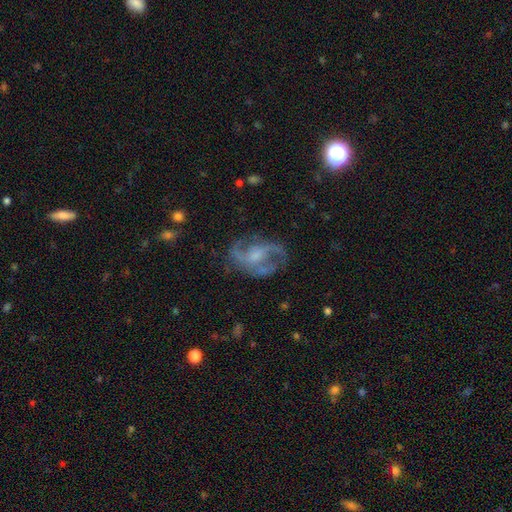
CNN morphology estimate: Smooth or featured? Predicted: featured or disk (p=0.80). Edge-on disk? Predicted: no (p=0.97). Bar? Predicted: no (p=0.46). Spiral arms? Predicted: yes (p=0.89). Spiral winding? Predicted: medium (p=0.48). Spiral arm count? Predicted: 2 (p=0.63). Bulge size? Predicted: moderate (p=0.37). Merging? Predicted: none (p=0.60).